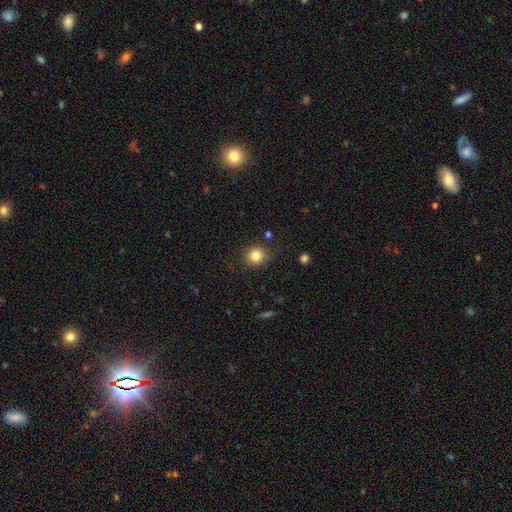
A smooth galaxy with no disk features (92%) that is round (91%).

Vote fractions:
- Smooth or featured? smooth: 92% / star or artifact: 5% / featured or disk: 3%
- How rounded? round: 91% / in between: 9% / cigar-shaped: 0%
- Merging? none: 92% / minor disturbance: 6% / major disturbance: 3% / merger: 0%